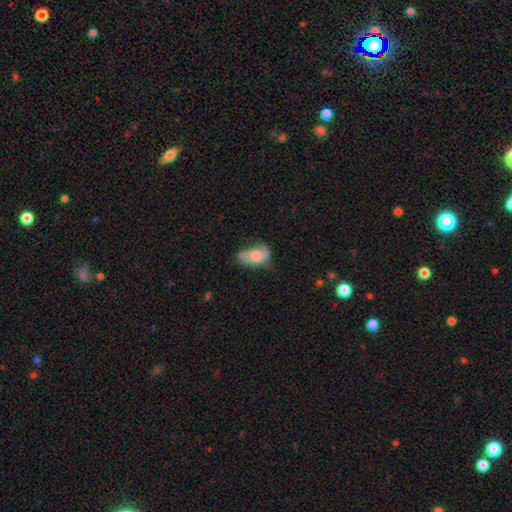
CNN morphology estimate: This appears to be a smooth galaxy with no disk features (60%) that is in between round and cigar-shaped (89%). Merging: minor disturbance (38%).